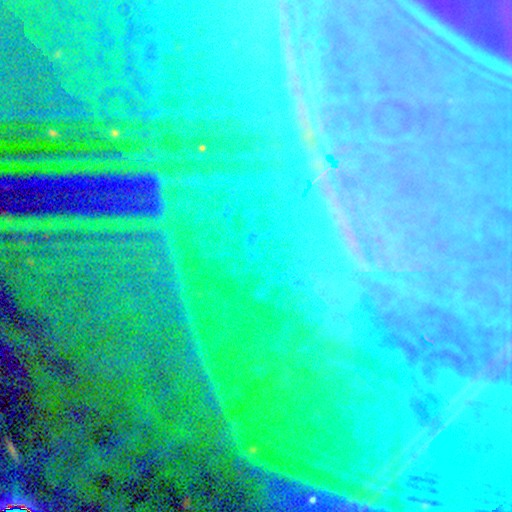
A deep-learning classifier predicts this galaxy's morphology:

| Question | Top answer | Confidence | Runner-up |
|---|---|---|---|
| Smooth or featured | star or artifact | 85% | featured or disk (9%) |